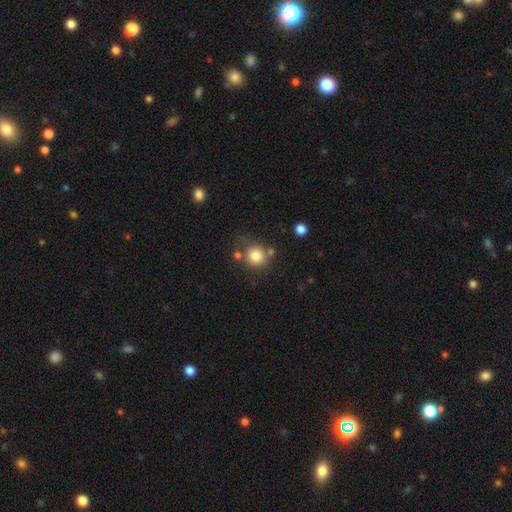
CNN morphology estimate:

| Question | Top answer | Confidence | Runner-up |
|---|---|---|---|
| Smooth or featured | smooth | 82% | star or artifact (10%) |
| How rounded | round | 89% | in between (10%) |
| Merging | none | 66% | minor disturbance (14%) |